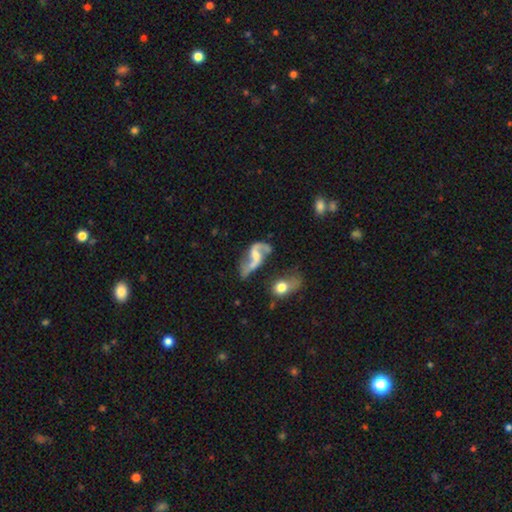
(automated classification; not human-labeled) Smooth or featured? featured or disk (86%)
Edge-on disk? no (97%)
Bar? weak (45%)
Spiral arms? yes (93%)
Spiral winding? loose (81%)
Spiral arm count? 2 (91%)
Bulge size? small (42%)
Merging? none (47%)